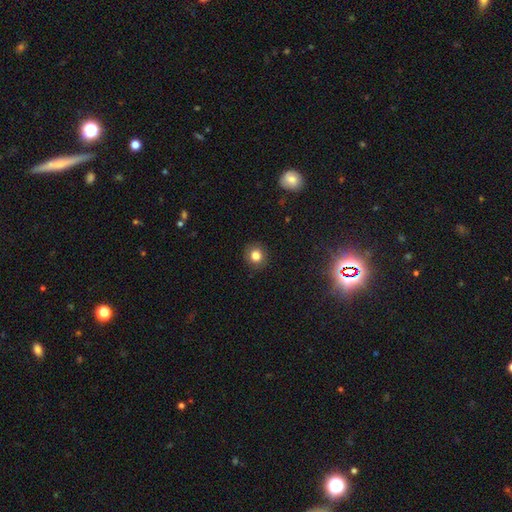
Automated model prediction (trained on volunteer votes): This appears to be a smooth galaxy with no disk features (81%) that is round (87%). Merging: none (90%).